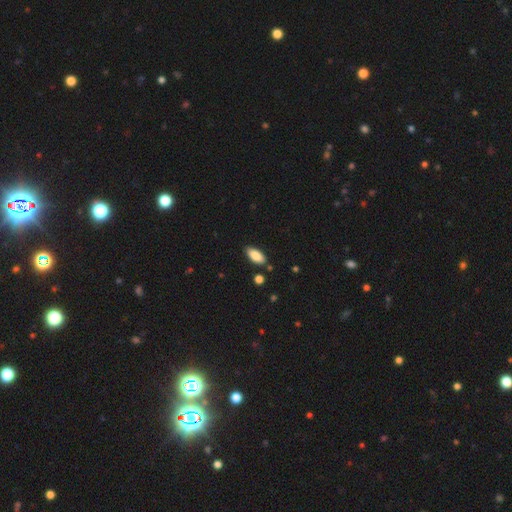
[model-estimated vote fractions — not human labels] This appears to be a smooth galaxy with no disk features (85%) that is in between round and cigar-shaped (88%). Merging: none (84%).